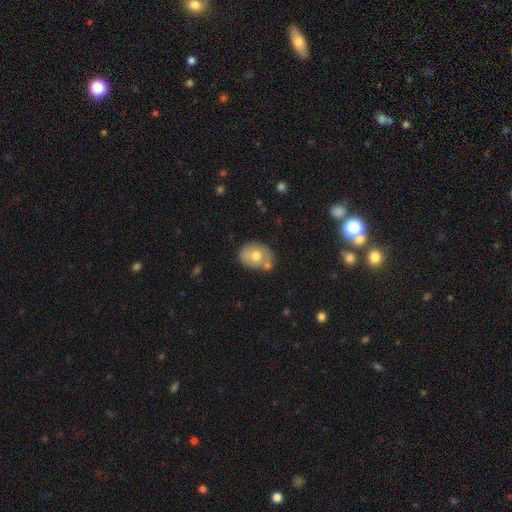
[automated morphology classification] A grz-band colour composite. It shows a smooth galaxy with no disk features (64%) that is in between round and cigar-shaped (53%). Merging: none (55%).